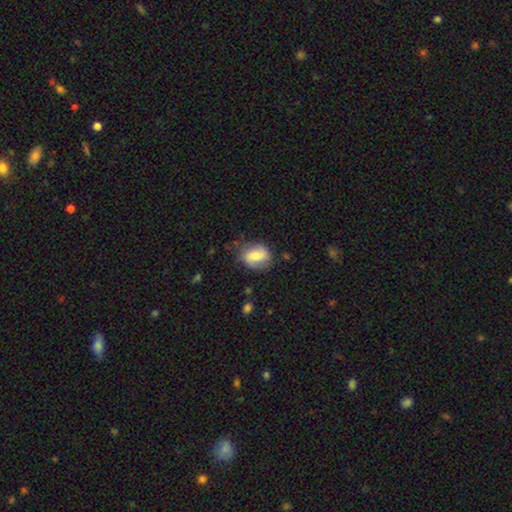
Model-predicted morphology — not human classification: A smooth galaxy with no disk features (63%) that is in between round and cigar-shaped (55%). Merging: none (72%).